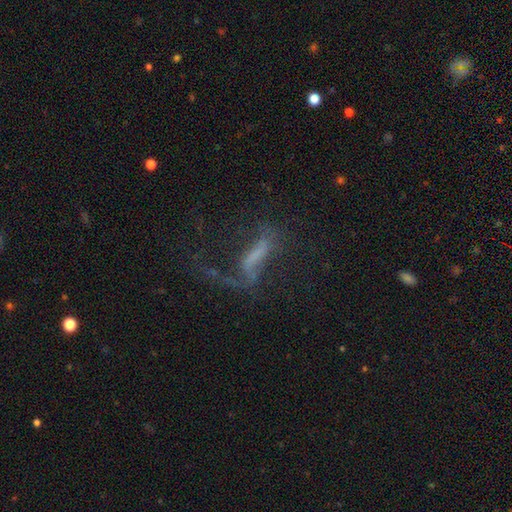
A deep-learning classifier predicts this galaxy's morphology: This appears to be a featured or disk galaxy (58%). Merging: major disturbance (46%).